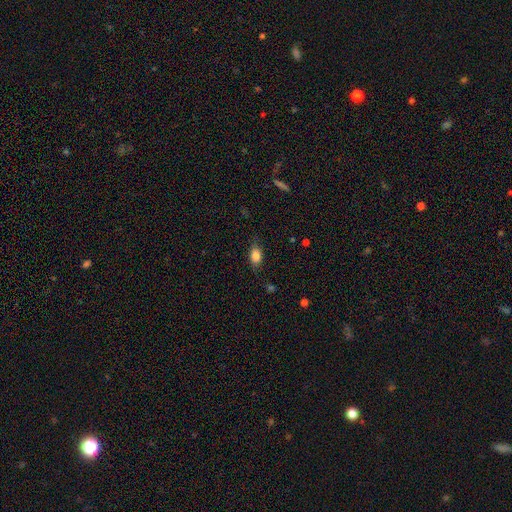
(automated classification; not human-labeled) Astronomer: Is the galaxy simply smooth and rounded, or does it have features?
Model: smooth — 84%.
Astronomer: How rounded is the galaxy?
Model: in between — 85%.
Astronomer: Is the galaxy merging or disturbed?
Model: none — 76%.